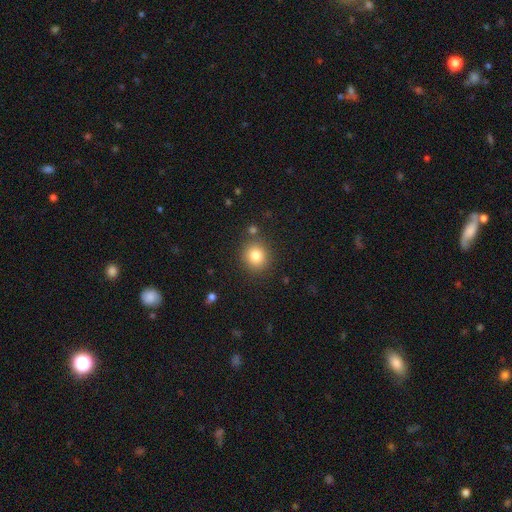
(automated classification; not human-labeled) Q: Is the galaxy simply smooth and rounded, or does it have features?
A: smooth — 81%.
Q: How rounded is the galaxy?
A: round — 86%.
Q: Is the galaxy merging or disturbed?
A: none — 84%.